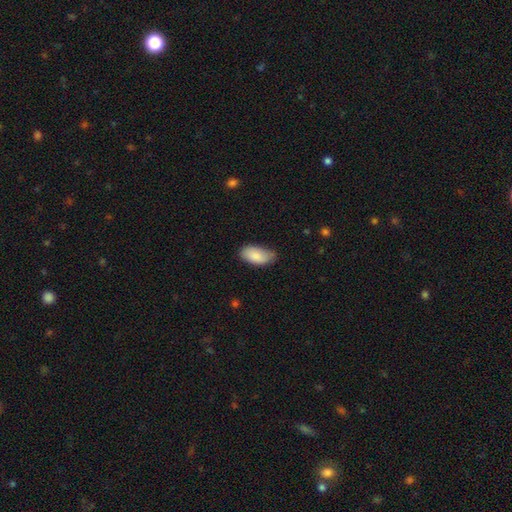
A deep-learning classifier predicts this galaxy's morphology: Smooth or featured?
  - smooth: 87% *
  - featured or disk: 7%
  - star or artifact: 6%
How rounded?
  - in between: 94% *
  - cigar-shaped: 4%
  - round: 2%
Merging?
  - none: 66% *
  - minor disturbance: 28%
  - major disturbance: 4%
  - merger: 1%